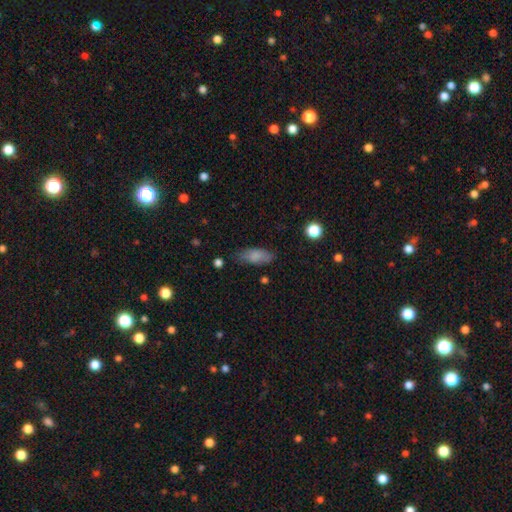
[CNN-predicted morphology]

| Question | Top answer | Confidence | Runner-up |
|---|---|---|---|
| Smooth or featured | smooth | 81% | featured or disk (11%) |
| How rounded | in between | 81% | cigar-shaped (16%) |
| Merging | none | 71% | minor disturbance (22%) |